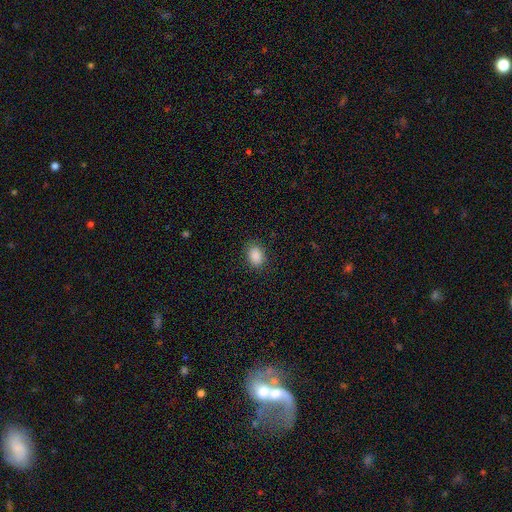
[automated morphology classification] smooth_or_featured: smooth (p=0.89) [alt: star or artifact p=0.08]
how_rounded: in between (p=0.82) [alt: round p=0.17]
merging: none (p=0.87) [alt: minor disturbance p=0.09]